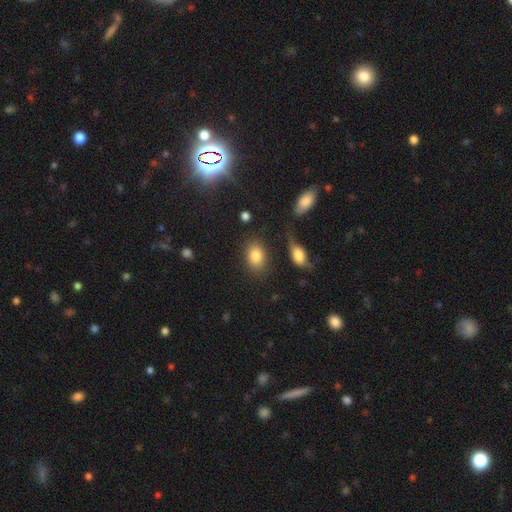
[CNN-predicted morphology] smooth-or-featured: smooth: 83% | star or artifact: 9% | featured or disk: 8%
  how-rounded: in between: 79% | round: 20% | cigar-shaped: 2%
  merging: none: 78% | minor disturbance: 12% | merger: 5% | major disturbance: 5%